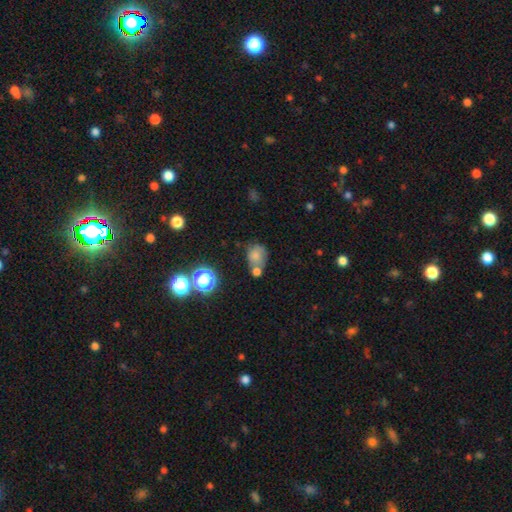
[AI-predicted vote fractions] smooth-or-featured: smooth: 72% | star or artifact: 15% | featured or disk: 13%
  how-rounded: round: 51% | in between: 47% | cigar-shaped: 1%
  merging: none: 42% | merger: 33% | minor disturbance: 17% | major disturbance: 8%